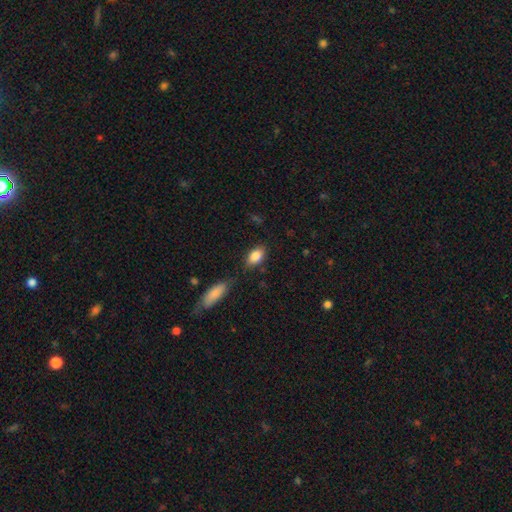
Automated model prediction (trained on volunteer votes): Smooth or featured?
  - smooth: 85% *
  - star or artifact: 7%
  - featured or disk: 7%
How rounded?
  - in between: 89% *
  - round: 8%
  - cigar-shaped: 3%
Merging?
  - none: 74% *
  - minor disturbance: 15%
  - merger: 7%
  - major disturbance: 4%